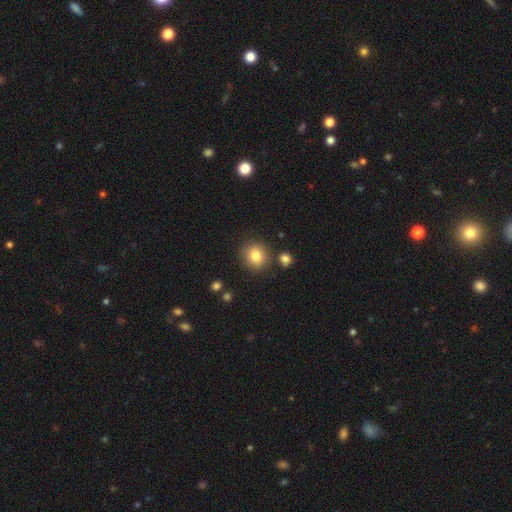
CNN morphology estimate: smooth_or_featured: smooth (p=0.82) [alt: star or artifact p=0.10]
how_rounded: round (p=0.84) [alt: in between p=0.15]
merging: none (p=0.82) [alt: minor disturbance p=0.09]